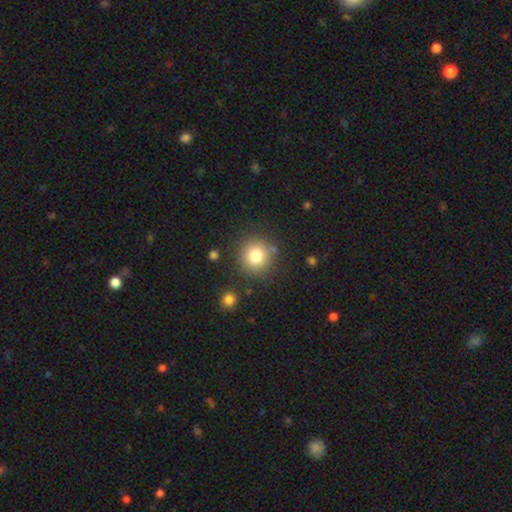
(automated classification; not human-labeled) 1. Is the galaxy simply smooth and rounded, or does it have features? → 79% smooth, 12% star or artifact, 9% featured or disk.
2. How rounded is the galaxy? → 92% round, 7% in between, 1% cigar-shaped.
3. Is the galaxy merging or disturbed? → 83% none, 9% minor disturbance, 4% merger, 4% major disturbance.